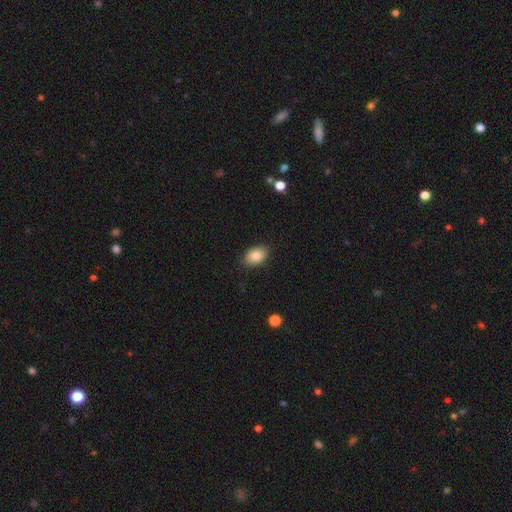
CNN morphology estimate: Overall: smooth (84%). How rounded: in between (87%). Merging: none (86%).